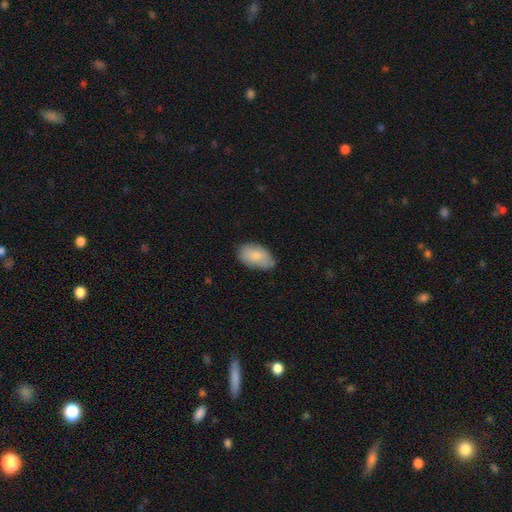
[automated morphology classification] A smooth galaxy with no disk features (81%) that is in between round and cigar-shaped (94%).

Vote fractions:
- Smooth or featured? smooth: 81% / featured or disk: 13% / star or artifact: 6%
- How rounded? in between: 94% / round: 4% / cigar-shaped: 2%
- Merging? none: 66% / minor disturbance: 27% / major disturbance: 5% / merger: 2%